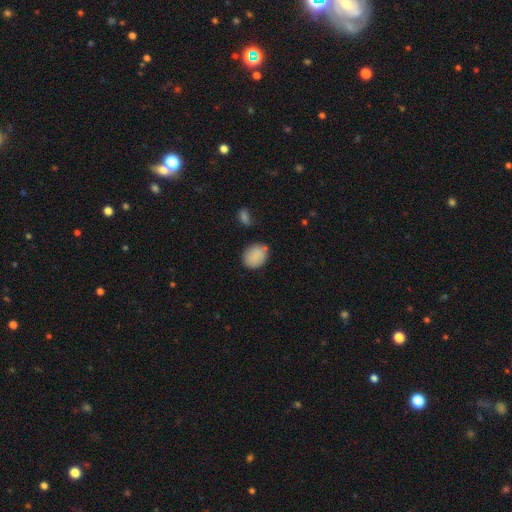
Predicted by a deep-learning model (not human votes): The model was most divided on "how rounded": round: 58%, in between: 41%, cigar-shaped: 1%. More confident: smooth or featured — smooth (86%); merging — none (73%).